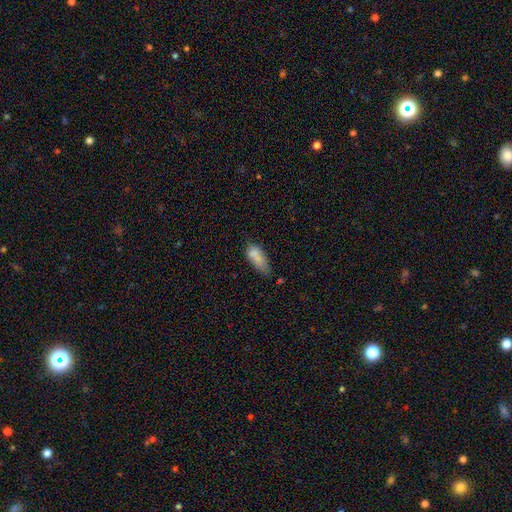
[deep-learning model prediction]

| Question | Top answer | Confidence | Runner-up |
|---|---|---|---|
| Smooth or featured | smooth | 76% | featured or disk (14%) |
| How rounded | in between | 81% | cigar-shaped (16%) |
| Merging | none | 35% | minor disturbance (32%) |